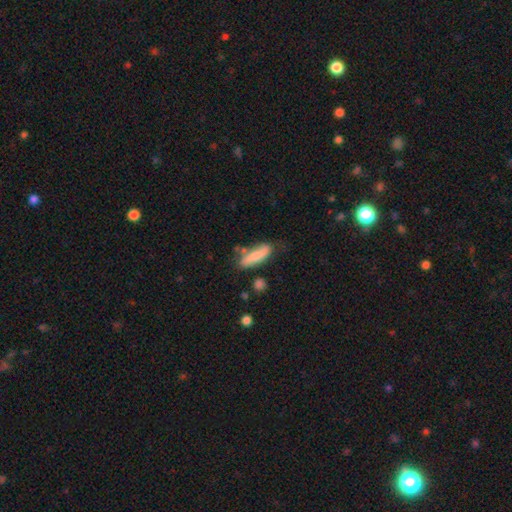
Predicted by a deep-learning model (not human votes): smooth-or-featured: smooth: 72% | featured or disk: 22% | star or artifact: 7%
  how-rounded: cigar-shaped: 49% (tied) | in between: 49% (tied) | round: 2%
  merging: none: 62% | minor disturbance: 24% | merger: 8% | major disturbance: 6%